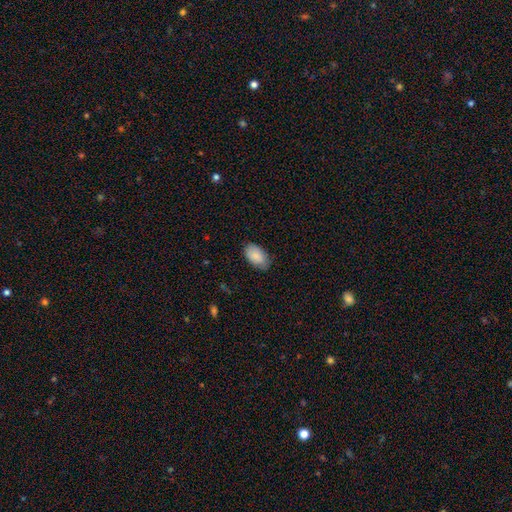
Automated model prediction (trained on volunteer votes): Smooth or featured: smooth — 87% (featured or disk — 7%)
How rounded: in between — 94% (round — 5%)
Merging: none — 75% (minor disturbance — 21%)